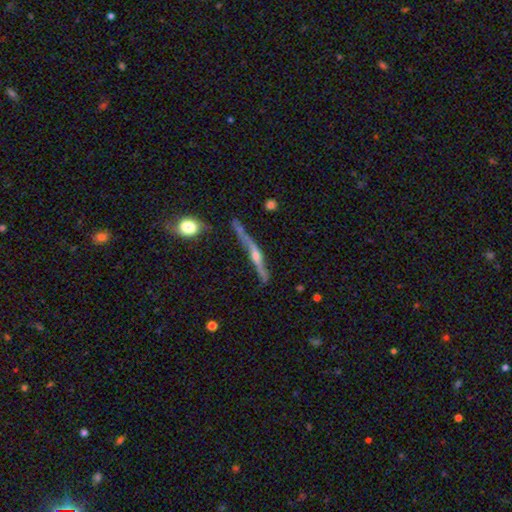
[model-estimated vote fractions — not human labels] A featured or disk galaxy (74%) viewed edge-on (89%) with a rounded central bulge (78%).

Vote fractions:
- Smooth or featured? featured or disk: 74% / smooth: 18% / star or artifact: 8%
- Edge-on disk? yes: 89% / no: 11%
- Edge-on bulge? rounded: 78% / none: 13% / boxy: 9%
- Merging? none: 59% / minor disturbance: 22% / major disturbance: 11% / merger: 8%